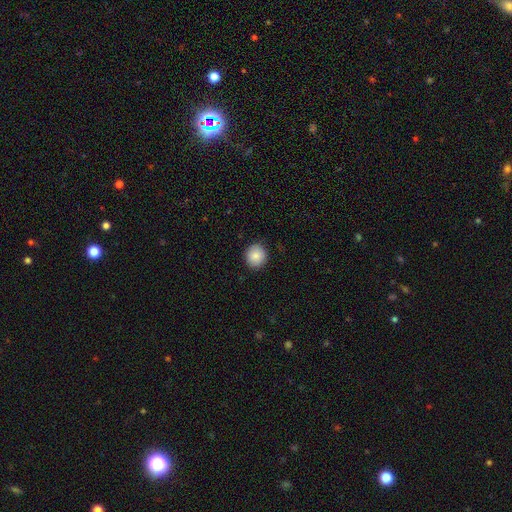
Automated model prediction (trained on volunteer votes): A smooth galaxy with no disk features (87%) that is round (87%).

Vote fractions:
- Smooth or featured? smooth: 87% / star or artifact: 8% / featured or disk: 5%
- How rounded? round: 87% / in between: 12% / cigar-shaped: 1%
- Merging? none: 89% / minor disturbance: 8% / major disturbance: 2% / merger: 1%